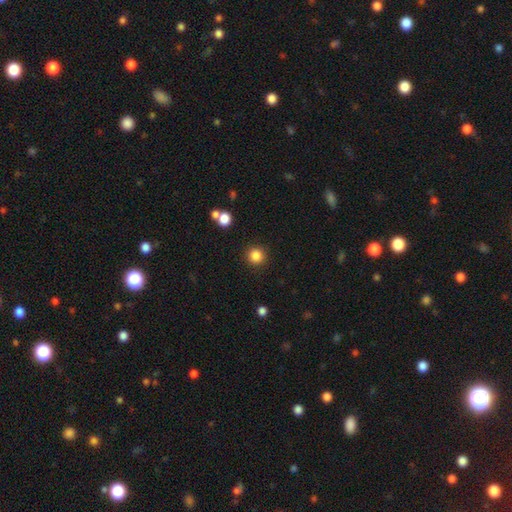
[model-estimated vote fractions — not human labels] Smooth or featured?
  - smooth: 85% *
  - star or artifact: 11%
  - featured or disk: 4%
How rounded?
  - round: 95% *
  - in between: 4%
  - cigar-shaped: 1%
Merging?
  - none: 90% *
  - minor disturbance: 5%
  - major disturbance: 2%
  - merger: 2%